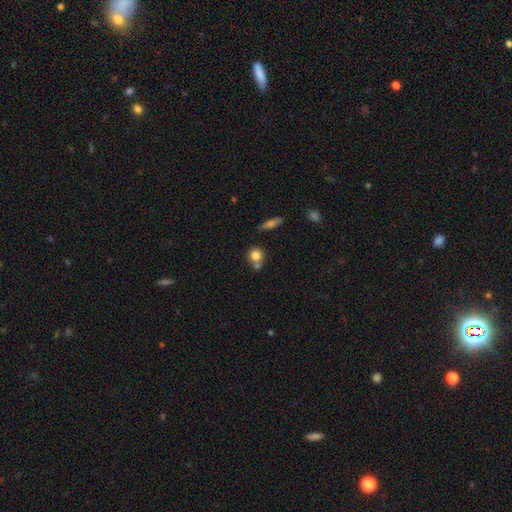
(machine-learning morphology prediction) smooth-or-featured: smooth: 80% | featured or disk: 10% | star or artifact: 10%
  how-rounded: round: 83% | in between: 15% | cigar-shaped: 2%
  merging: none: 51% | merger: 34% | minor disturbance: 11% | major disturbance: 4%